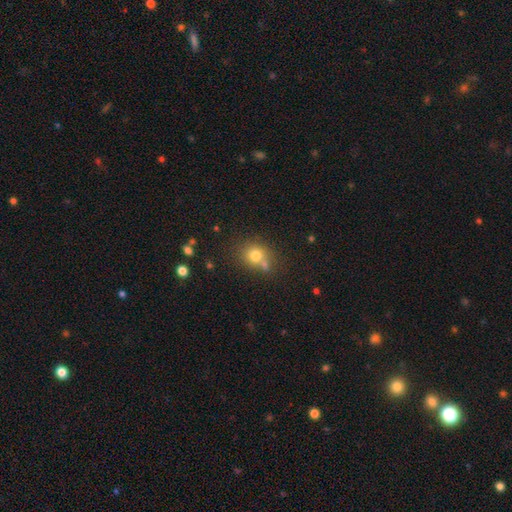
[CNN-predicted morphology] Smooth or featured? smooth (76%)
How rounded? round (78%)
Merging? none (58%)